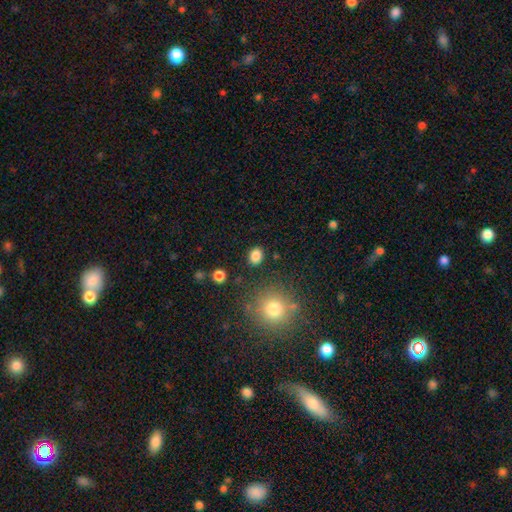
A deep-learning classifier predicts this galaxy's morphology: A smooth galaxy with no disk features (85%) that is round (51%).

Vote fractions:
- Smooth or featured? smooth: 85% / star or artifact: 11% / featured or disk: 4%
- How rounded? round: 51% / in between: 48% / cigar-shaped: 1%
- Merging? none: 86% / minor disturbance: 8% / major disturbance: 3% / merger: 2%